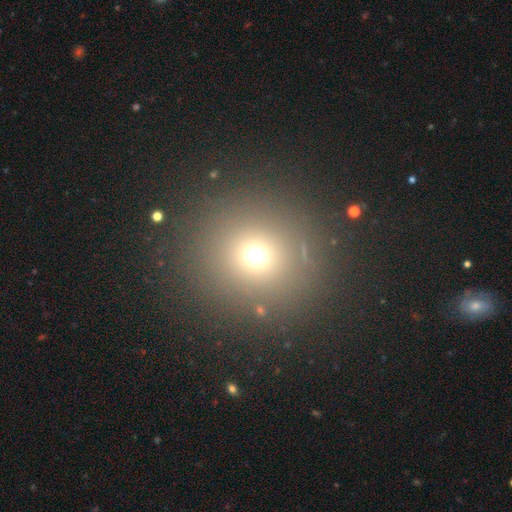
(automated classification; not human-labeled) Morphology: type=smooth (65%); roundness=round (92%); merging=none (86%).